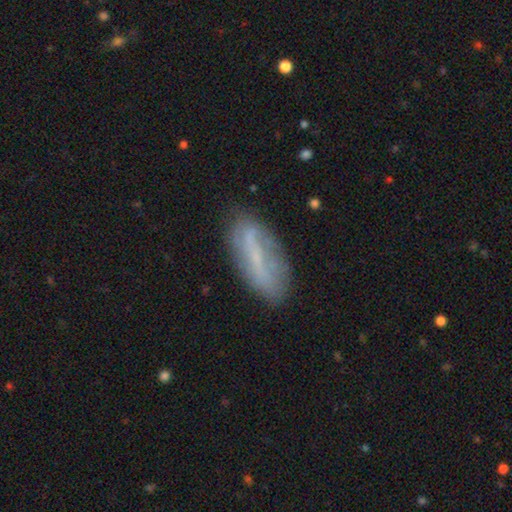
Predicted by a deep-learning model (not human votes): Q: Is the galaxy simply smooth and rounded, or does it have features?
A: featured or disk — 45%, tied with smooth.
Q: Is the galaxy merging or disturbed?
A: none — 73%.